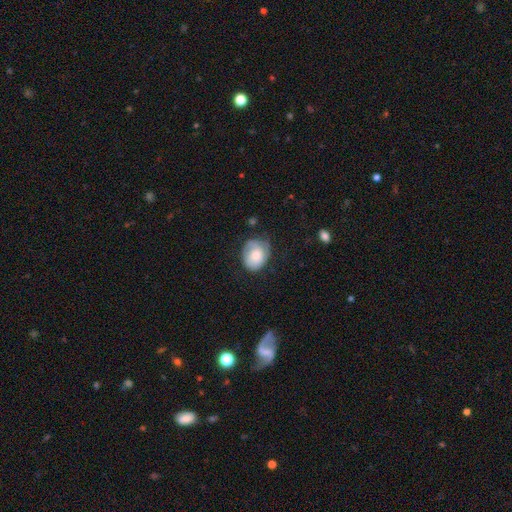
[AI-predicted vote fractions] This appears to be a smooth galaxy with no disk features (64%) that is in between round and cigar-shaped (53%). Merging: none (54%).